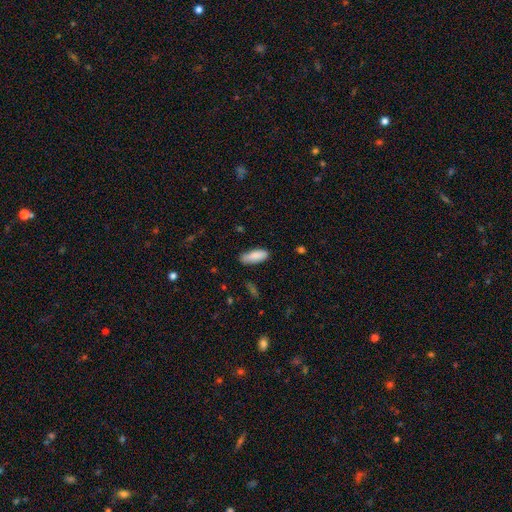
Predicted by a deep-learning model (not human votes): This appears to be a smooth galaxy with no disk features (88%) that is in between round and cigar-shaped (70%). Merging: none (76%).